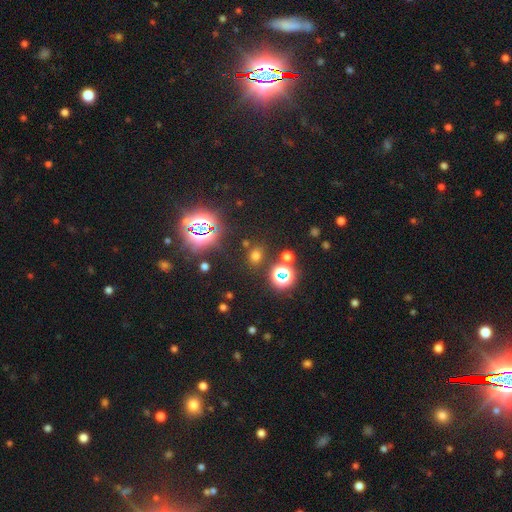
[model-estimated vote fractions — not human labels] Morphology: type=smooth (58%); roundness=round (61%); merging=none (81%).